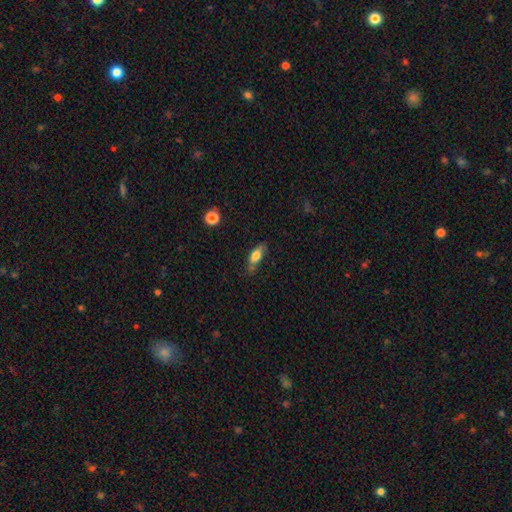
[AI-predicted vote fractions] Morphology: type=smooth (70%); roundness=in between (75%); merging=none (63%).